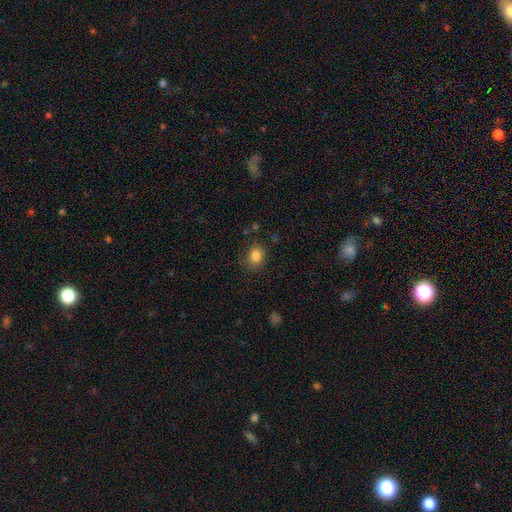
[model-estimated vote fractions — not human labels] A smooth galaxy with no disk features (85%) that is round (53%). Merging: none (83%).